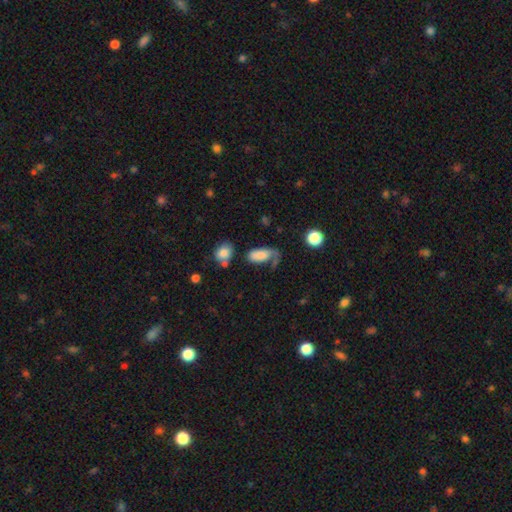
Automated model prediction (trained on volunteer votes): A smooth galaxy with no disk features (47%). Merging: none (61%).